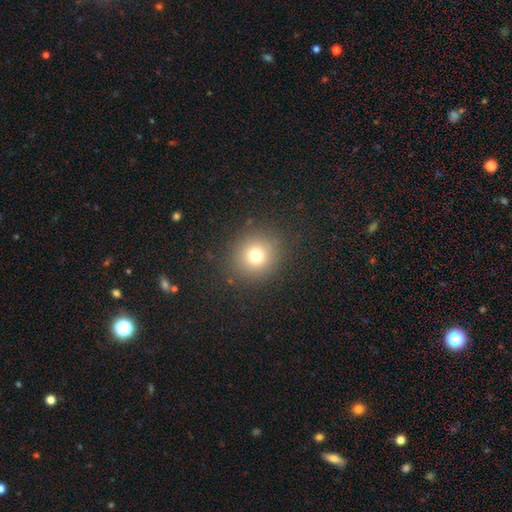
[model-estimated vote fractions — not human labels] smooth 74%, star or artifact 16%, featured or disk 10%. Down the decision tree: how rounded — round (91%); merging — none (87%).